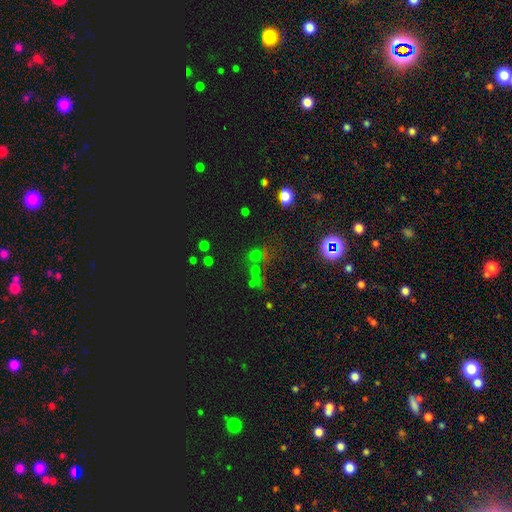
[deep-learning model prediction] This appears to be a star or artifact, not a galaxy (50%).